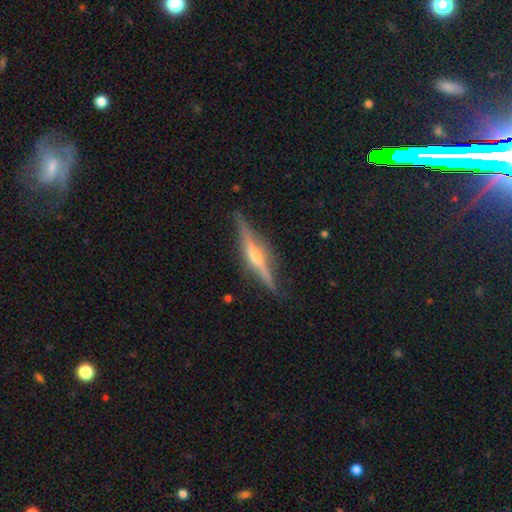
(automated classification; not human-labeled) Morphology: type=featured or disk (81%); edge-on=yes (97%); edge-on bulge=rounded (88%); merging=none (86%).